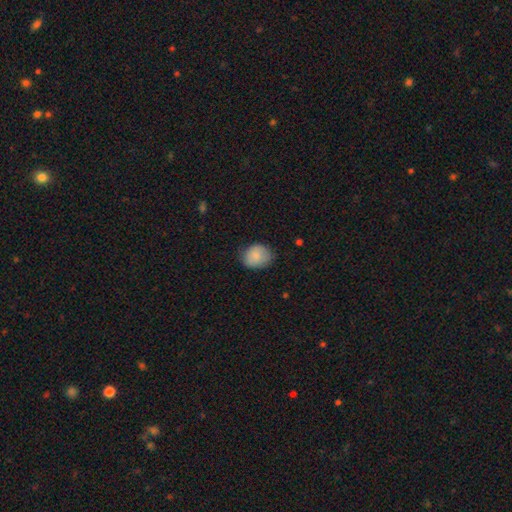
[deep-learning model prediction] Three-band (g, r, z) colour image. It shows a smooth galaxy with no disk features (86%) that is round (53%). Merging: none (71%).